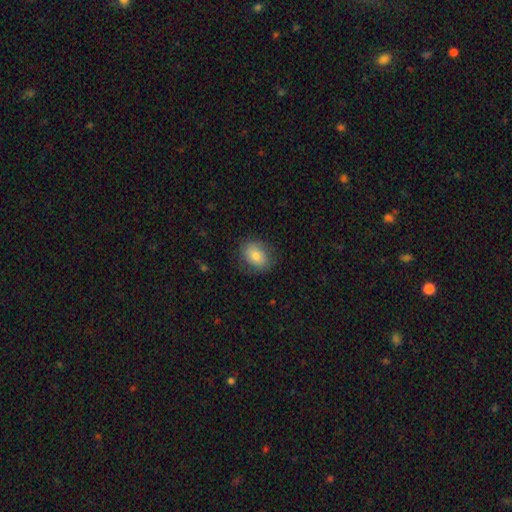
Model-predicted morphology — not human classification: Smooth or featured: smooth — 77% (featured or disk — 15%)
How rounded: in between — 65% (round — 34%)
Merging: none — 79% (minor disturbance — 15%)